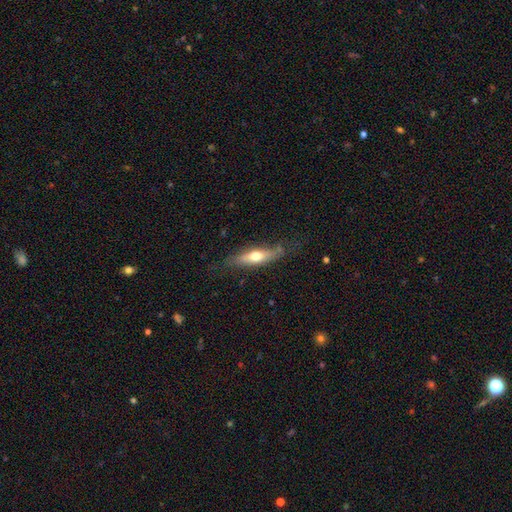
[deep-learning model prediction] smooth 51%, featured or disk 43%, star or artifact 6%. Down the decision tree: how rounded — cigar-shaped (64%); merging — none (73%).